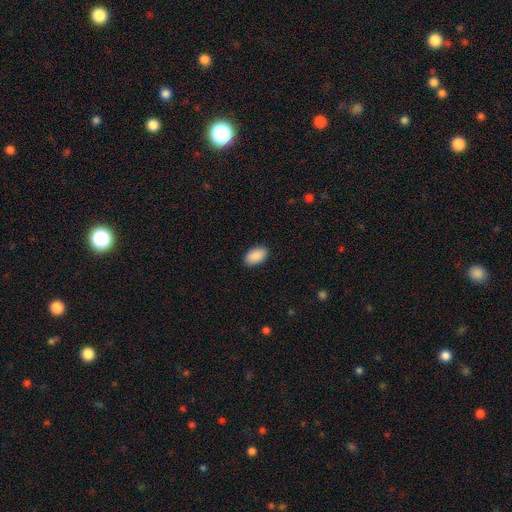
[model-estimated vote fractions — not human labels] Smooth or featured? smooth (91%)
How rounded? in between (94%)
Merging? none (89%)